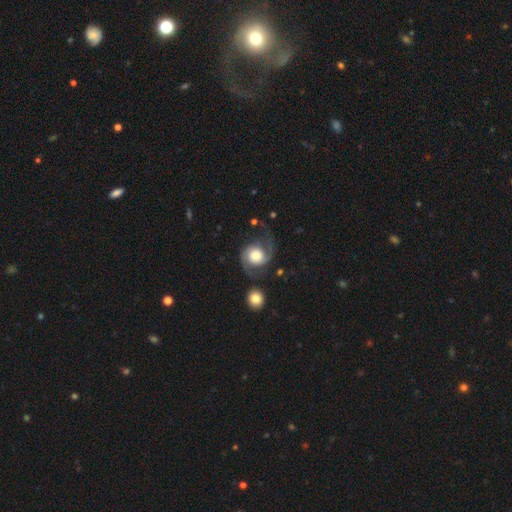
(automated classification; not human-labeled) A featured or disk galaxy (80%) with no bar (73%), 2 (89%) medium (47%) spiral arms (96%) and a large central bulge (54%).

Vote fractions:
- Smooth or featured? featured or disk: 80% / smooth: 14% / star or artifact: 6%
- Edge-on disk? no: 98% / yes: 2%
- Bar? no: 73% / weak: 23% / strong: 4%
- Spiral arms? yes: 96% / no: 4%
- Spiral winding? medium: 47% / loose: 35% / tight: 18%
- Spiral arm count? 2: 89% / 1: 6% / can't tell: 2% / 3: 1% / 4: 1% / more than 4: 1%
- Bulge size? large: 54% / moderate: 22% / dominant: 15% / small: 5% / none: 4%
- Merging? none: 55% / minor disturbance: 20% / major disturbance: 19% / merger: 6%